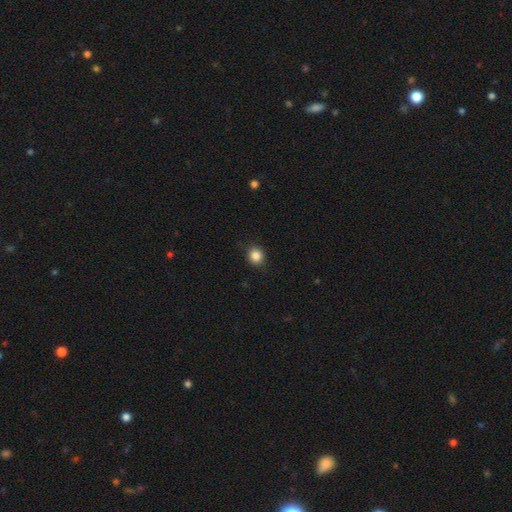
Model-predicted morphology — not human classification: Q: Smooth or featured?
A: smooth (86%); runner-up: star or artifact (10%)
Q: How rounded?
A: round (85%); runner-up: in between (14%)
Q: Merging?
A: none (88%); runner-up: minor disturbance (9%)